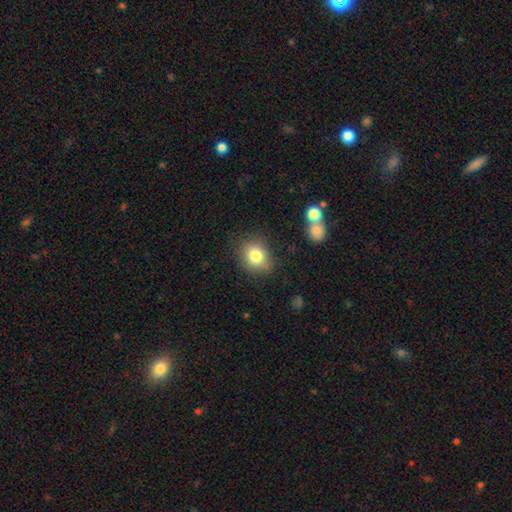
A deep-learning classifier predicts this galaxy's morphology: Smooth or featured: smooth — 81% (star or artifact — 11%)
How rounded: round — 68% (in between — 31%)
Merging: none — 82% (minor disturbance — 12%)